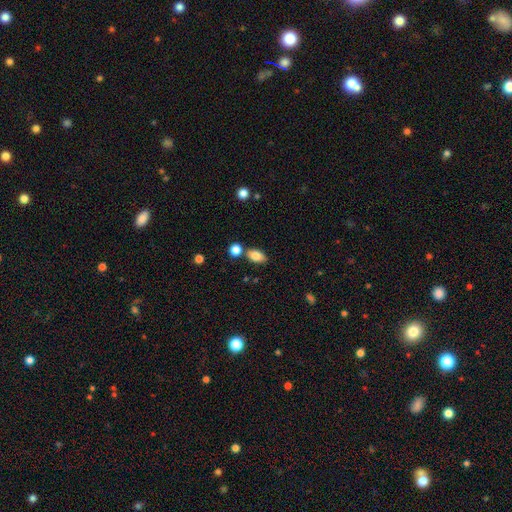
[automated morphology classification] A smooth galaxy with no disk features (82%) that is in between round and cigar-shaped (88%). Merging: none (70%).